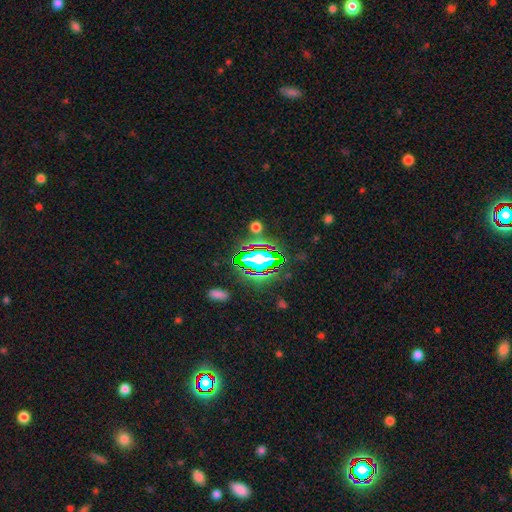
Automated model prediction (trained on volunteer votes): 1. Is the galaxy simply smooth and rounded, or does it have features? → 65% star or artifact, 20% smooth, 15% featured or disk.